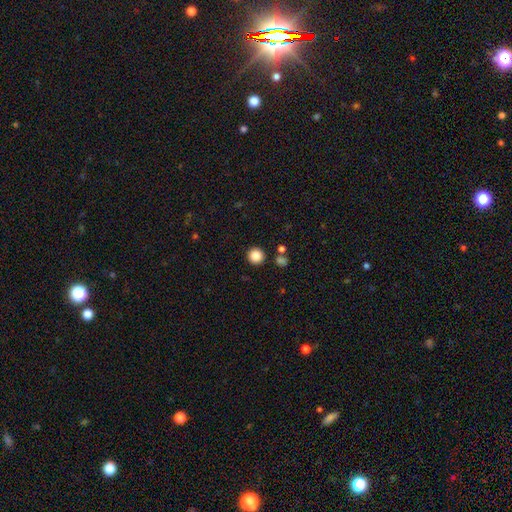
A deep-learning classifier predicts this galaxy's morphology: smooth-or-featured: smooth: 86% | star or artifact: 10% | featured or disk: 4%
  how-rounded: round: 95% | in between: 4% | cigar-shaped: 1%
  merging: none: 89% | minor disturbance: 5% | merger: 4% | major disturbance: 2%